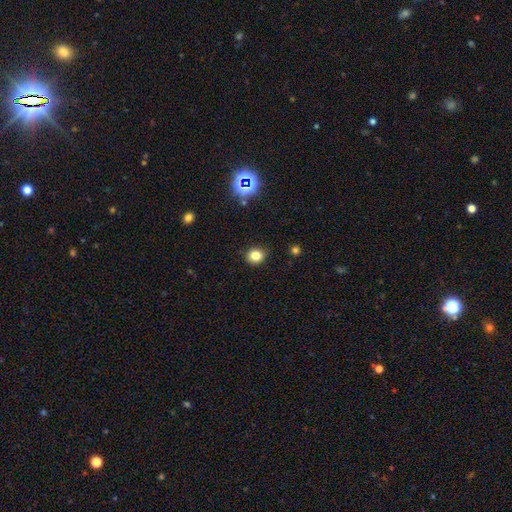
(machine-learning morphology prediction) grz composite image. It shows a smooth galaxy with no disk features (80%) that is round (71%). Merging: none (87%).